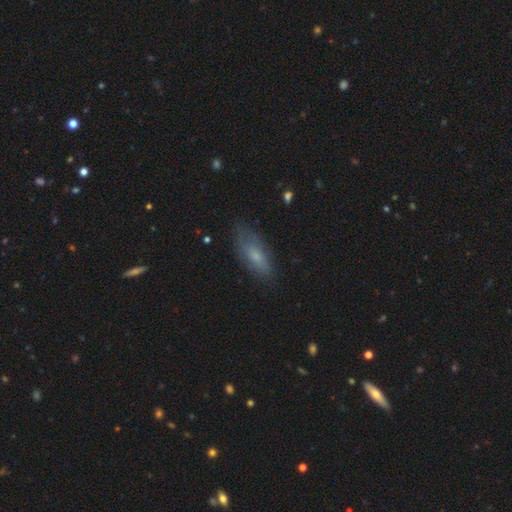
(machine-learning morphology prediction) A smooth galaxy with no disk features (67%) that is in between round and cigar-shaped (72%).

Vote fractions:
- Smooth or featured? smooth: 67% / featured or disk: 25% / star or artifact: 8%
- How rounded? in between: 72% / cigar-shaped: 25% / round: 3%
- Merging? none: 71% / minor disturbance: 21% / major disturbance: 6% / merger: 1%